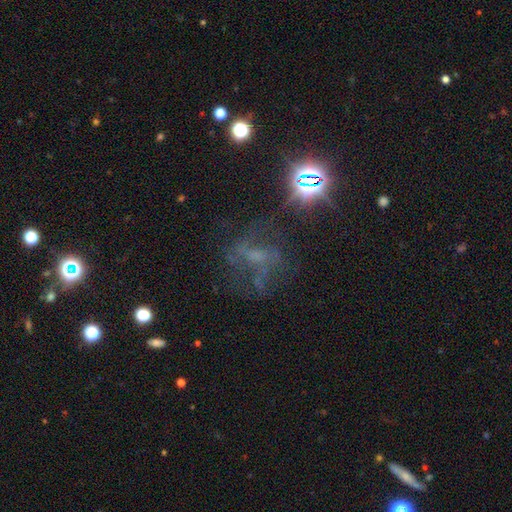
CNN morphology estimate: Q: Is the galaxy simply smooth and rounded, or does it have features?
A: featured or disk — 40%, tied with star or artifact.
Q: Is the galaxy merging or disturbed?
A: none — 53%.